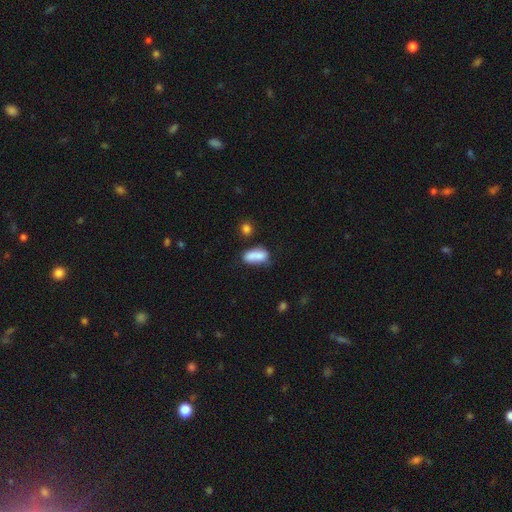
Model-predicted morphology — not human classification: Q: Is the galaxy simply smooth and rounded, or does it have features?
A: smooth — 79%.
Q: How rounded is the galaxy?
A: in between — 83%.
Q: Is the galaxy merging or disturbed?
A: none — 40%.